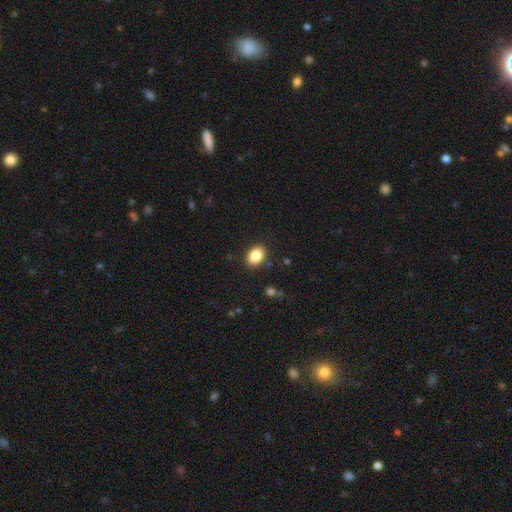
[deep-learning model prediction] Q: Smooth or featured?
A: smooth (86%); runner-up: star or artifact (8%)
Q: How rounded?
A: in between (76%); runner-up: round (23%)
Q: Merging?
A: none (88%); runner-up: minor disturbance (8%)